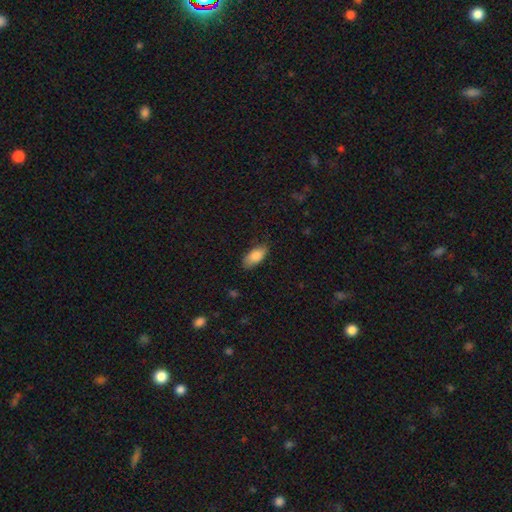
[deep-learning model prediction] A smooth galaxy with no disk features (86%) that is in between round and cigar-shaped (90%). Merging: none (80%).